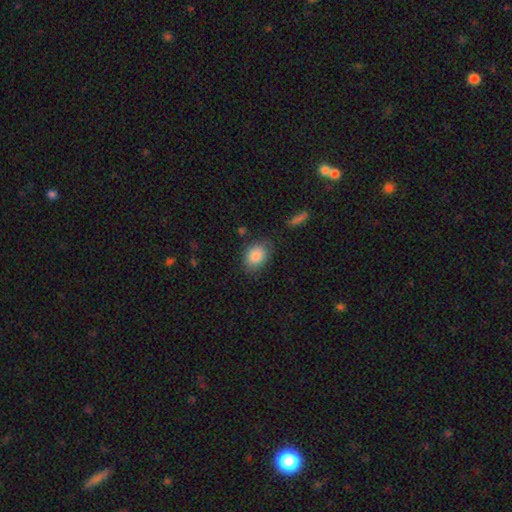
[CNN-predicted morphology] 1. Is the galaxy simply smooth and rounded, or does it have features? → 87% smooth, 7% star or artifact, 6% featured or disk.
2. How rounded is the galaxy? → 71% in between, 28% round, 1% cigar-shaped.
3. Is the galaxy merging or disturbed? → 76% none, 17% minor disturbance, 5% major disturbance, 3% merger.